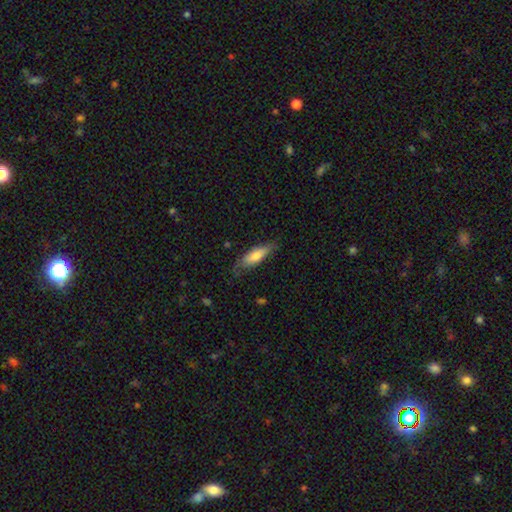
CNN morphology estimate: type=smooth (68%); roundness=in between (51%); merging=none (67%).